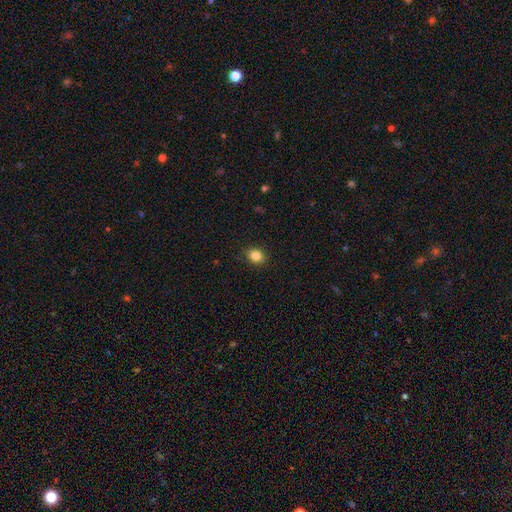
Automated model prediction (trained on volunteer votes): Smooth or featured?
  - smooth: 84% *
  - star or artifact: 11%
  - featured or disk: 5%
How rounded?
  - round: 61% *
  - in between: 38%
  - cigar-shaped: 1%
Merging?
  - none: 89% *
  - minor disturbance: 8%
  - major disturbance: 2%
  - merger: 1%